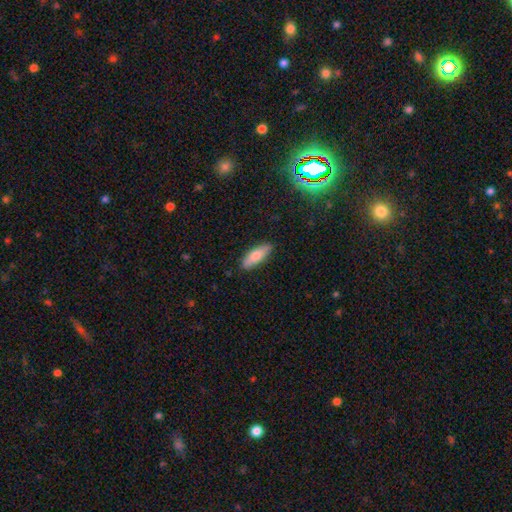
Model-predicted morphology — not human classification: smooth-or-featured: smooth: 78% | featured or disk: 16% | star or artifact: 6%
  how-rounded: in between: 54% | cigar-shaped: 44% | round: 2%
  merging: none: 86% | minor disturbance: 11% | major disturbance: 2% | merger: 1%